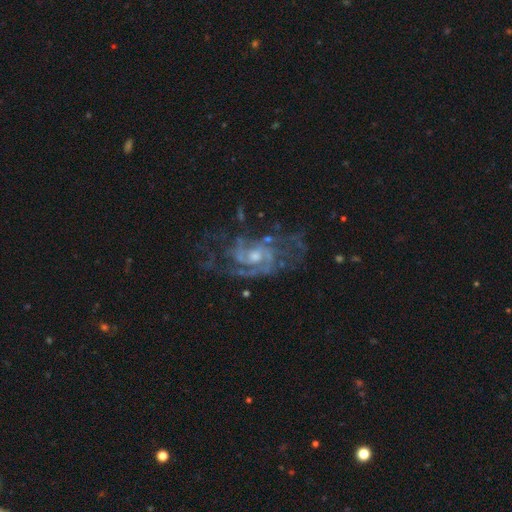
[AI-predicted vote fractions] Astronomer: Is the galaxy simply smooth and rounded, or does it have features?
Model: featured or disk — 87%.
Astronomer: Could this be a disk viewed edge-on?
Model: no — 97%.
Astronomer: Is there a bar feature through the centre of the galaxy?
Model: no — 59%.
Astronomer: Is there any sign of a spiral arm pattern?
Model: yes — 94%.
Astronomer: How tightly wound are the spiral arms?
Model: medium — 46% (runner-up: tight, 39%).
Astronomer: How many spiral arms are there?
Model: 2 — 47% (runner-up: can't tell, 24%).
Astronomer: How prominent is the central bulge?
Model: moderate — 51% (runner-up: small, 40%).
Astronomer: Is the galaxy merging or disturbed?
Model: none — 59%.